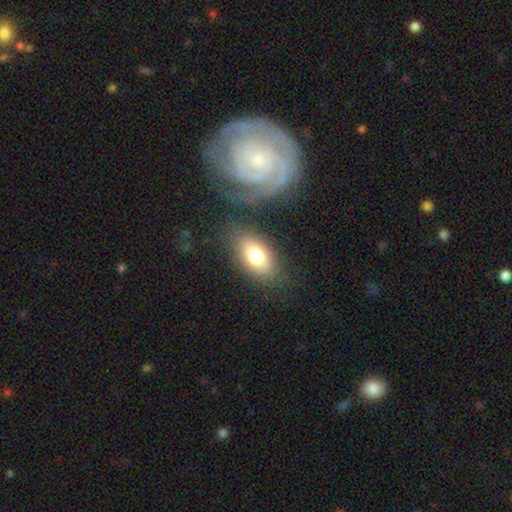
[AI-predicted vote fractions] This appears to be a smooth galaxy with no disk features (74%) that is in between round and cigar-shaped (88%). Merging: none (77%).